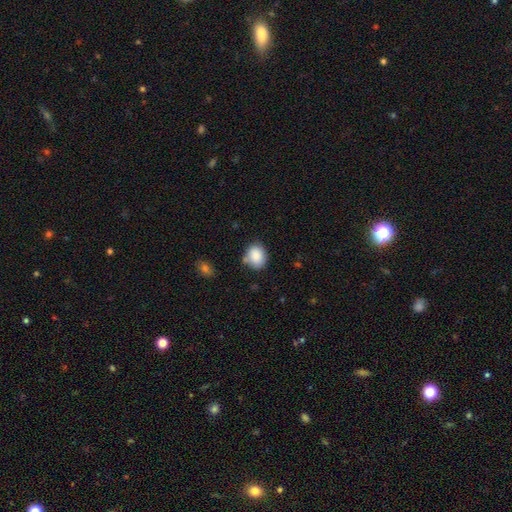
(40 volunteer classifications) A smooth galaxy with no disk features (85%) that is round (53%). Merging: none (74%).